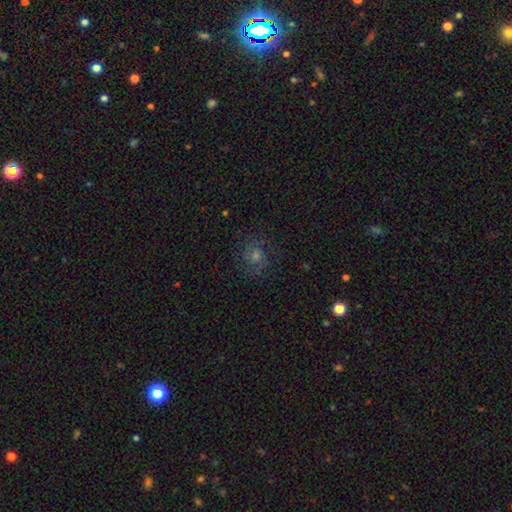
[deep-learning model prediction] Smooth or featured? featured or disk (62%)
Edge-on disk? no (97%)
Bar? no (64%)
Spiral arms? yes (93%)
Spiral winding? medium (49%)
Spiral arm count? 2 (67%)
Bulge size? moderate (51%)
Merging? none (80%)